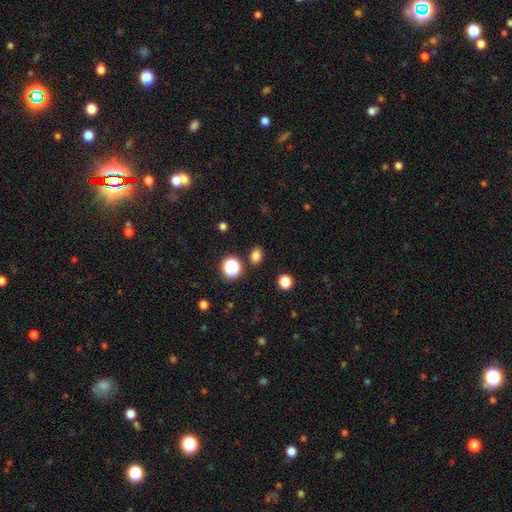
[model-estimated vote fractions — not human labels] Smooth or featured? smooth (78%)
How rounded? in between (55%)
Merging? none (86%)